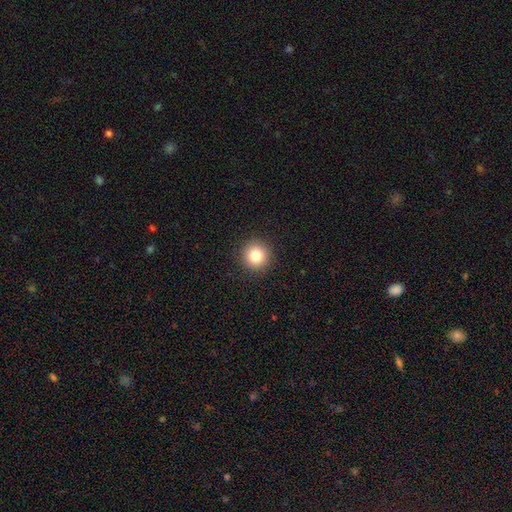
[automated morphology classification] smooth-or-featured: smooth: 84% | star or artifact: 11% | featured or disk: 6%
  how-rounded: round: 95% | in between: 4% | cigar-shaped: 1%
  merging: none: 92% | minor disturbance: 5% | major disturbance: 2% | merger: 1%